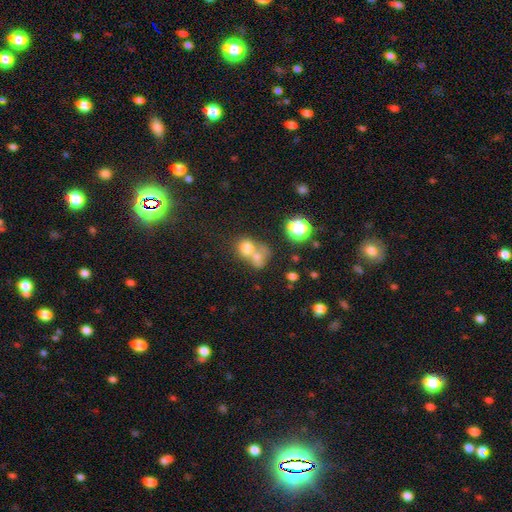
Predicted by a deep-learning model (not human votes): Smooth or featured?
  - smooth: 63% *
  - star or artifact: 20%
  - featured or disk: 17%
How rounded?
  - round: 70% *
  - in between: 28%
  - cigar-shaped: 1%
Merging?
  - merger: 59% *
  - none: 30%
  - minor disturbance: 7%
  - major disturbance: 4%